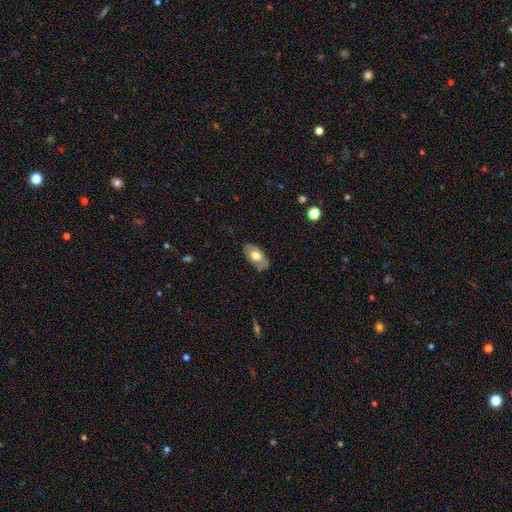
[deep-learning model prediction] smooth 62%, featured or disk 32%, star or artifact 6%. Down the decision tree: how rounded — in between (93%); merging — none (79%).